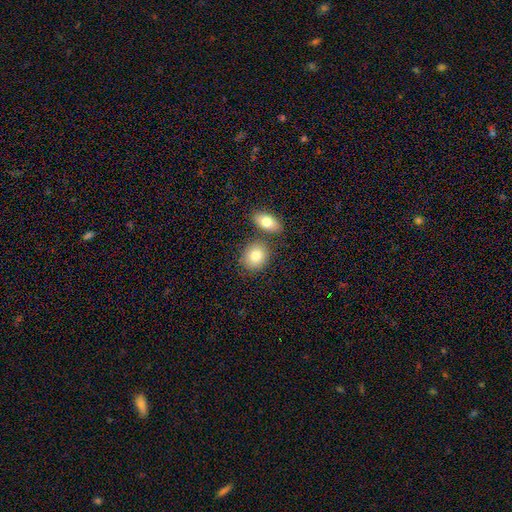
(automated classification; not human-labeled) Morphology: type=smooth (81%); roundness=round (59%); merging=none (67%).